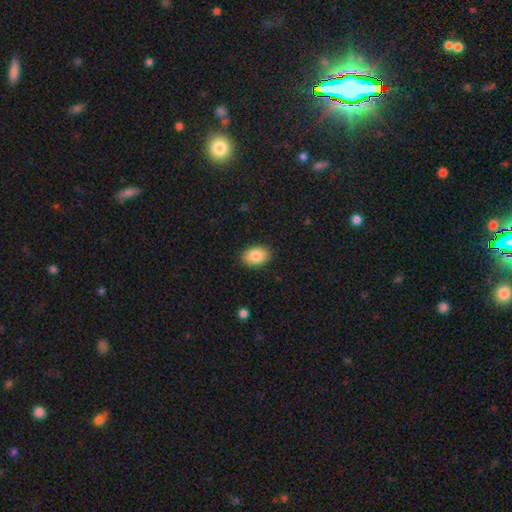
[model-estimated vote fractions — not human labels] Overall: smooth (86%). How rounded: in between (82%). Merging: none (89%).